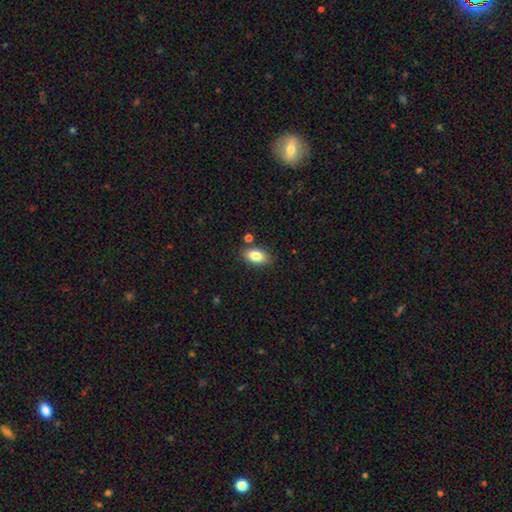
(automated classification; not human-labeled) Morphology: type=smooth (83%); roundness=in between (91%); merging=none (81%).